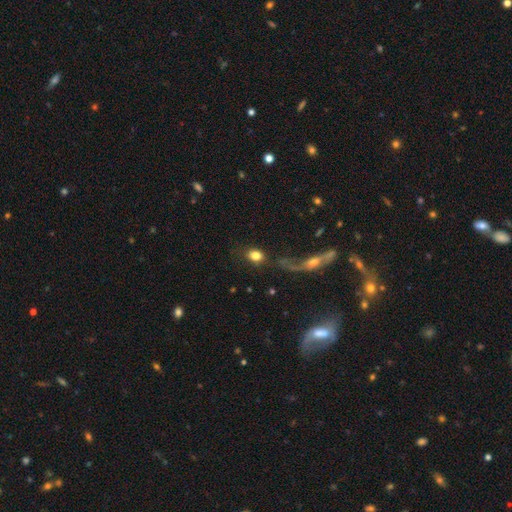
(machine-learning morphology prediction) Q: Smooth or featured?
A: smooth (80%); runner-up: featured or disk (12%)
Q: How rounded?
A: in between (49%); runner-up: round (48%)
Q: Merging?
A: none (63%); runner-up: merger (13%)